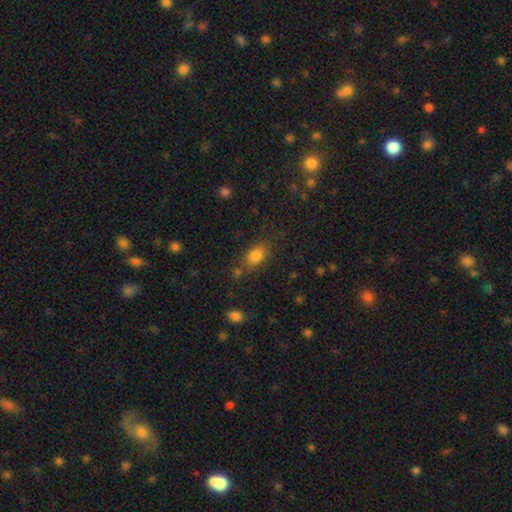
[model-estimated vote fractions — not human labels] Morphology: type=smooth (81%); roundness=in between (77%); merging=none (67%).